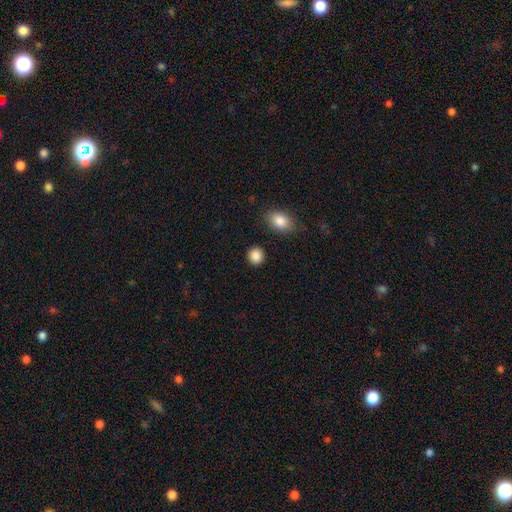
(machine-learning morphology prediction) Q: Smooth or featured?
A: smooth (89%); runner-up: star or artifact (8%)
Q: How rounded?
A: round (85%); runner-up: in between (14%)
Q: Merging?
A: none (90%); runner-up: minor disturbance (6%)